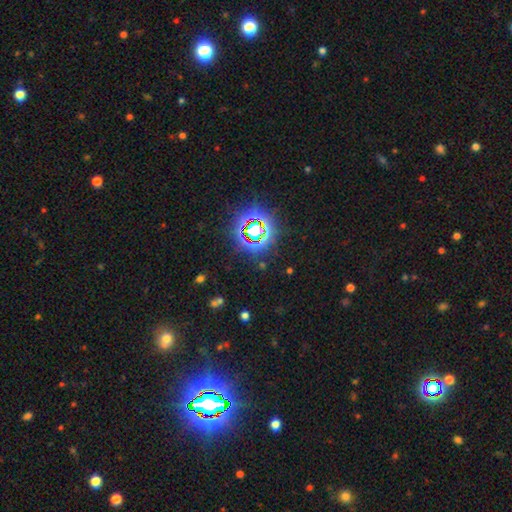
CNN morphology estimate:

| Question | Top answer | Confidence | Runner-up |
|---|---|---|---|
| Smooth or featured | star or artifact | 81% | smooth (11%) |